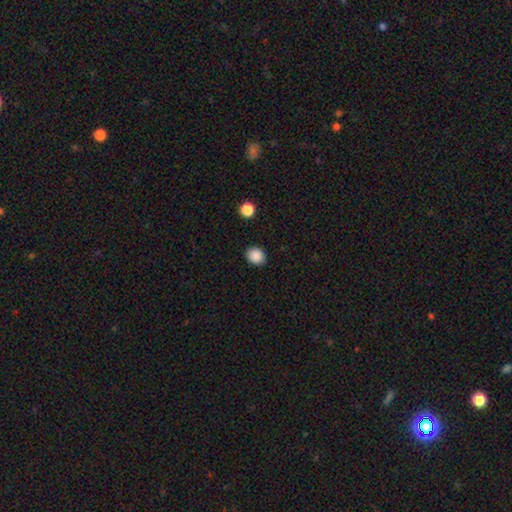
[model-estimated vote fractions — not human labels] smooth_or_featured: smooth (p=0.88) [alt: star or artifact p=0.09]
how_rounded: round (p=0.55) [alt: in between p=0.44]
merging: none (p=0.88) [alt: minor disturbance p=0.08]